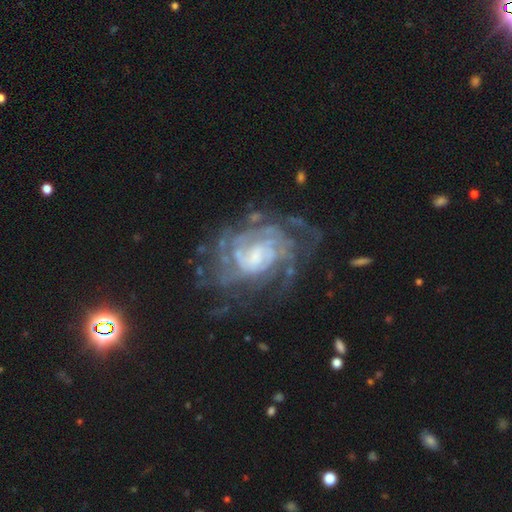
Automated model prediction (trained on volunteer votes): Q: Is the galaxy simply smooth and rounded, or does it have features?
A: featured or disk — 86%.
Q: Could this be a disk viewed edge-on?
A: no — 97%.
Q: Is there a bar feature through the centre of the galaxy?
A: no — 49%.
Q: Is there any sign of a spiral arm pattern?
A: yes — 93%.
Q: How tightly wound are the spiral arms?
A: tight — 62%.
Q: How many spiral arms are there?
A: can't tell — 44%.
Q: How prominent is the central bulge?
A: small — 38%.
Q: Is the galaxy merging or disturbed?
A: none — 63%.